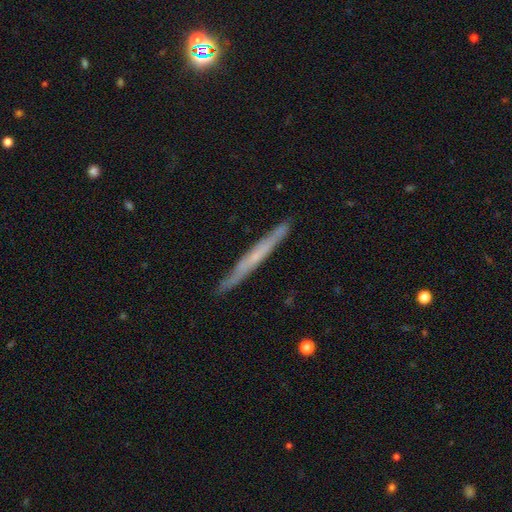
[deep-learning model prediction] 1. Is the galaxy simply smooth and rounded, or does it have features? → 59% featured or disk, 34% smooth, 6% star or artifact.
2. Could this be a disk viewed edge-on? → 93% yes, 7% no.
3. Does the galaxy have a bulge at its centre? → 75% none, 20% rounded, 4% boxy.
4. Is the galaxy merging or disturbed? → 87% none, 10% minor disturbance, 2% major disturbance, 1% merger.